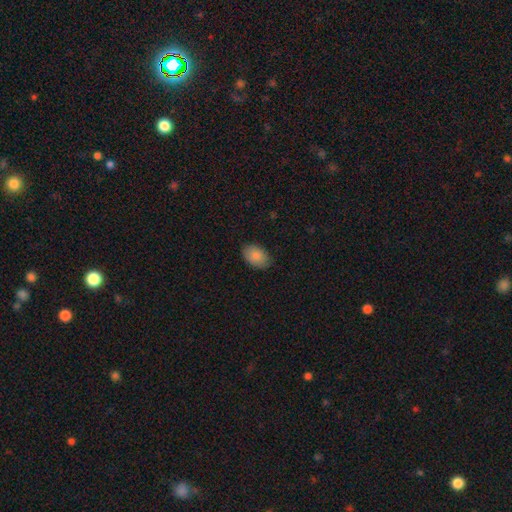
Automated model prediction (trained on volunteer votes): A smooth galaxy with no disk features (87%) that is in between round and cigar-shaped (87%). Merging: none (83%).